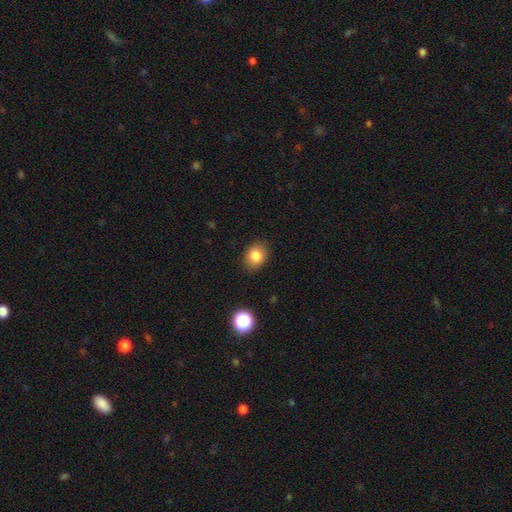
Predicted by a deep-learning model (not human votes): A smooth galaxy with no disk features (83%) that is in between round and cigar-shaped (50%). Merging: none (87%).